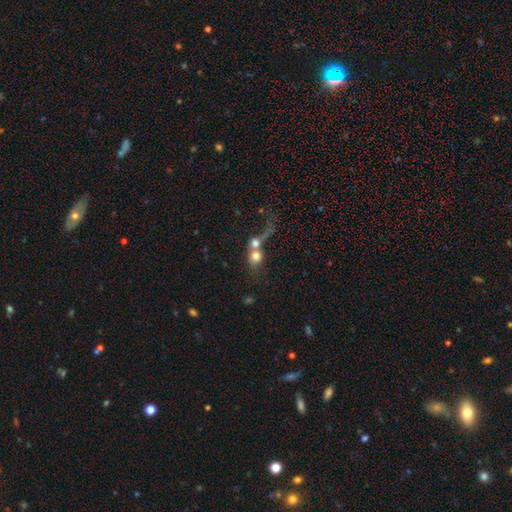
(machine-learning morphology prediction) type=smooth (68%); roundness=round (71%); merging=merger (73%).